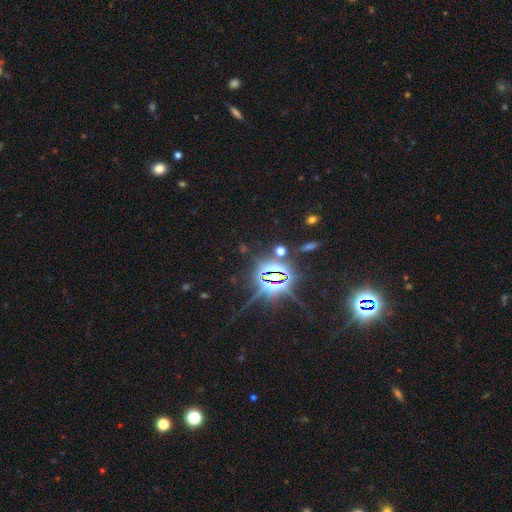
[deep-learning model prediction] The model was most divided on "smooth or featured": star or artifact: 85%, smooth: 8%, featured or disk: 6%.